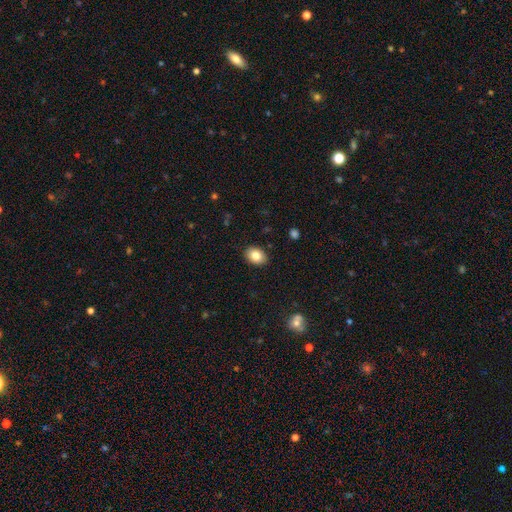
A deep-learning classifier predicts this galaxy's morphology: Smooth or featured?
  - smooth: 83% *
  - featured or disk: 9%
  - star or artifact: 9%
How rounded?
  - in between: 67% *
  - round: 32%
  - cigar-shaped: 1%
Merging?
  - none: 89% *
  - minor disturbance: 8%
  - major disturbance: 2%
  - merger: 1%